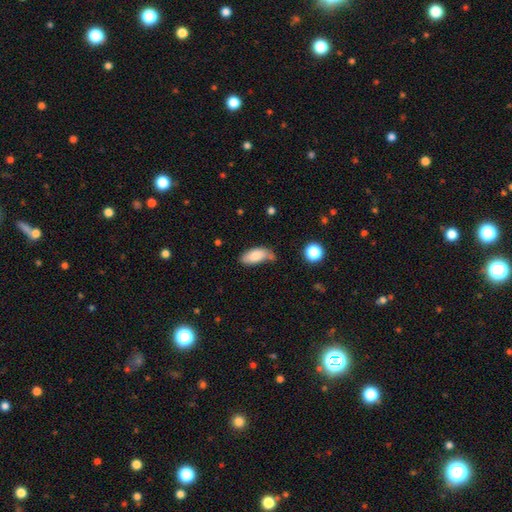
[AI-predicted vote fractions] This is clearly a smooth galaxy (82%). How rounded: clearly in between (90%). Merging: possibly none (50%).